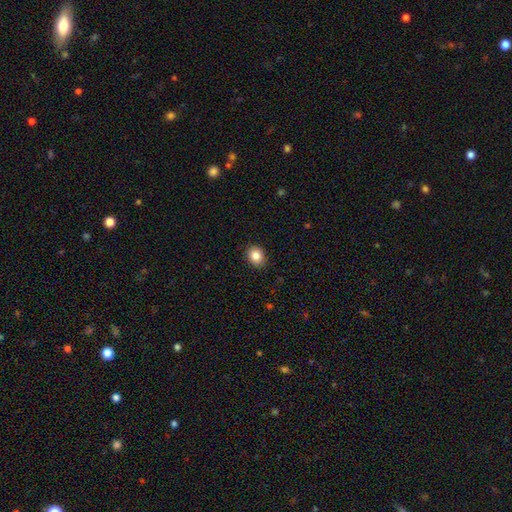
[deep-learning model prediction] A smooth galaxy with no disk features (85%) that is round (57%). Merging: none (91%).